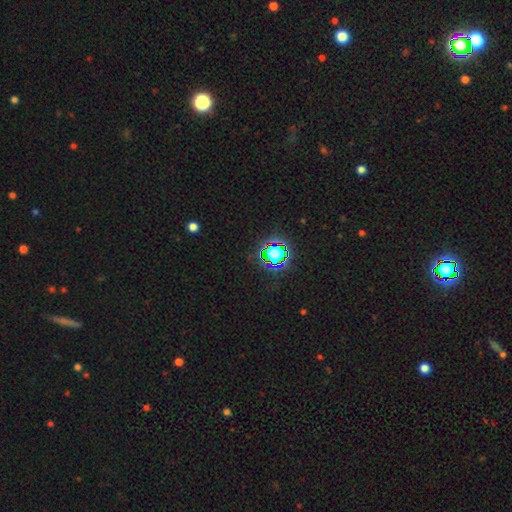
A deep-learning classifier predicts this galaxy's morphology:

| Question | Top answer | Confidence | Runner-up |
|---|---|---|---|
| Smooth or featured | star or artifact | 80% | smooth (13%) |